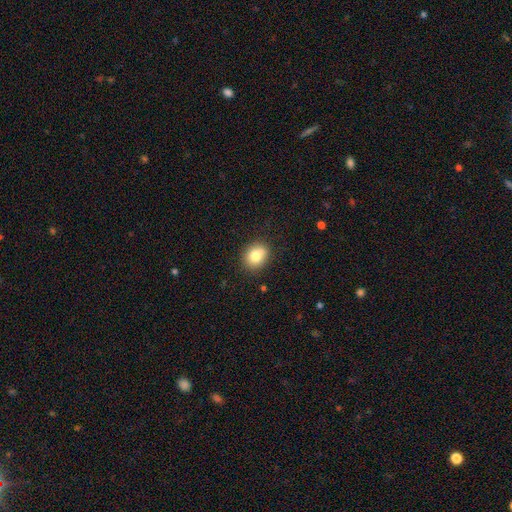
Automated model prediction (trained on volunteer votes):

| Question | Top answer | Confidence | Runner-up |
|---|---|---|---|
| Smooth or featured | smooth | 80% | featured or disk (10%) |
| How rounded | round | 55% | in between (44%) |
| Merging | none | 85% | minor disturbance (11%) |